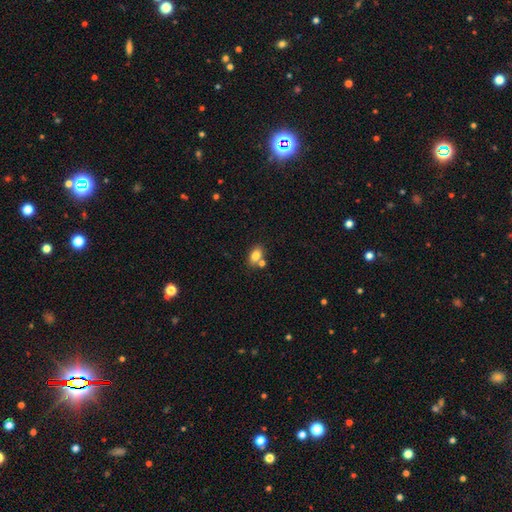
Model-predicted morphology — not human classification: A smooth galaxy with no disk features (80%) that is in between round and cigar-shaped (81%).

Vote fractions:
- Smooth or featured? smooth: 80% / featured or disk: 10% / star or artifact: 10%
- How rounded? in between: 81% / round: 17% / cigar-shaped: 2%
- Merging? none: 61% / merger: 23% / minor disturbance: 12% / major disturbance: 3%